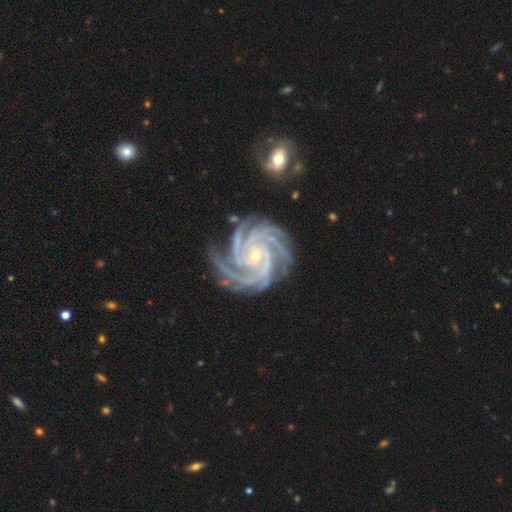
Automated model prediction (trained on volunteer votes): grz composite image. It shows a featured or disk galaxy (93%) with no bar (64%), 4 (43%) tight (74%) spiral arms (99%) and a small central bulge (78%). Merging: none (79%).